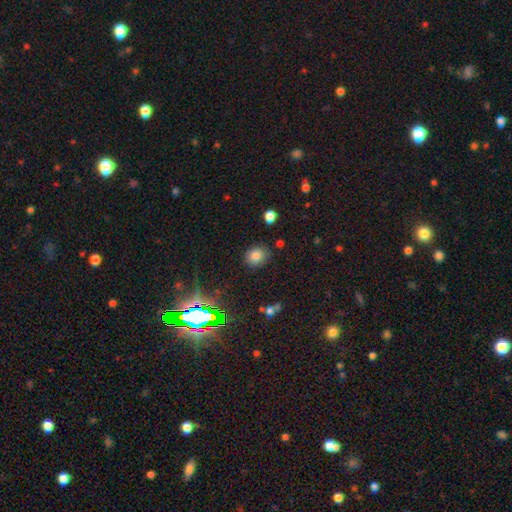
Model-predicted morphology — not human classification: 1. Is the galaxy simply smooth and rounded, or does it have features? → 79% smooth, 14% star or artifact, 7% featured or disk.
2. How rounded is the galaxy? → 62% round, 37% in between, 1% cigar-shaped.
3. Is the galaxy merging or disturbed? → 82% none, 13% minor disturbance, 3% major disturbance, 3% merger.